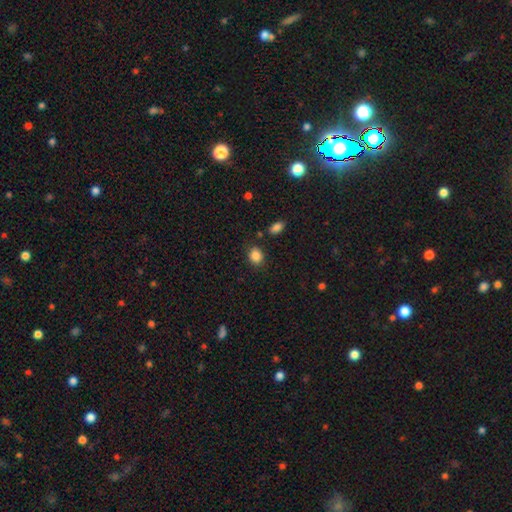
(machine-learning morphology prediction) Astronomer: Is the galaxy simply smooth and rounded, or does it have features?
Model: smooth — 86%.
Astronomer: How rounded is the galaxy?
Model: round — 52% (runner-up: in between, 47%).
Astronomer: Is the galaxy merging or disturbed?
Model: none — 80%.